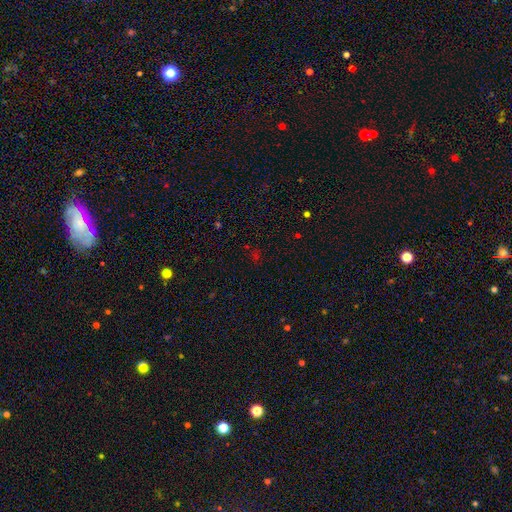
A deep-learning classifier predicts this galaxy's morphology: Smooth or featured? Predicted: star or artifact (p=0.58).